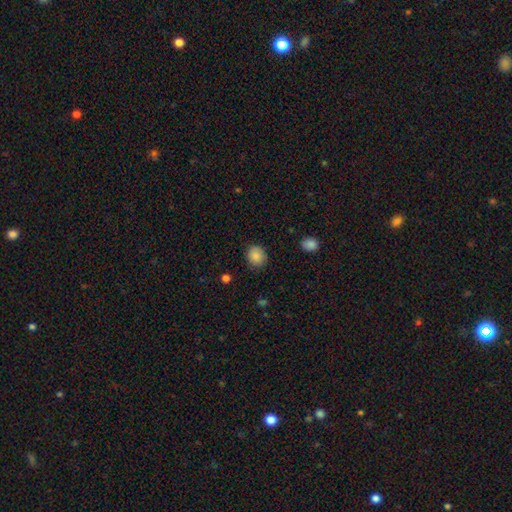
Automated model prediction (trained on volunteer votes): Q: Smooth or featured?
A: smooth (86%); runner-up: star or artifact (9%)
Q: How rounded?
A: round (74%); runner-up: in between (25%)
Q: Merging?
A: none (85%); runner-up: minor disturbance (11%)